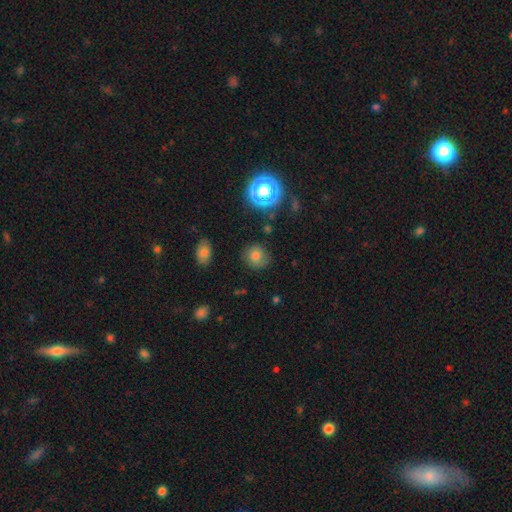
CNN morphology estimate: smooth_or_featured: smooth (p=0.74) [alt: star or artifact p=0.17]
how_rounded: round (p=0.84) [alt: in between p=0.15]
merging: none (p=0.79) [alt: minor disturbance p=0.14]